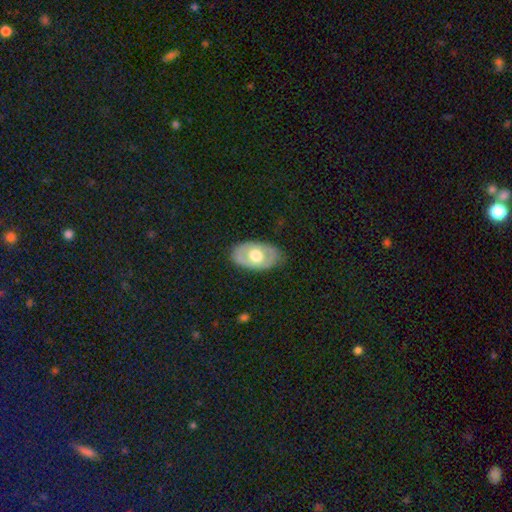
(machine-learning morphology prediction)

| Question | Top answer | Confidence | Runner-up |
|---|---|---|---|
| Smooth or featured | featured or disk | 48% | smooth (47%) |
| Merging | none | 81% | minor disturbance (14%) |